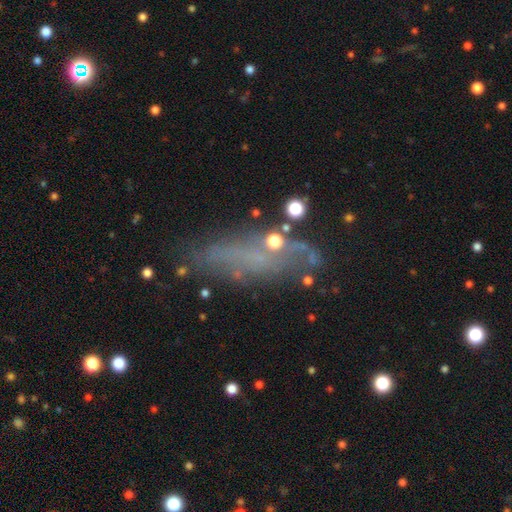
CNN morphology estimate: Smooth or featured? Predicted: featured or disk (p=0.44). Merging? Predicted: none (p=0.59).